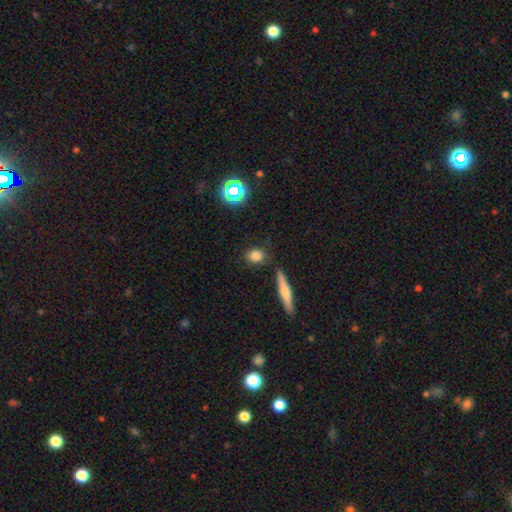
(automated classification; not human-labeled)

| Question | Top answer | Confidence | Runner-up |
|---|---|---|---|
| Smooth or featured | smooth | 81% | star or artifact (11%) |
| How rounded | round | 57% | in between (36%) |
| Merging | none | 81% | minor disturbance (11%) |